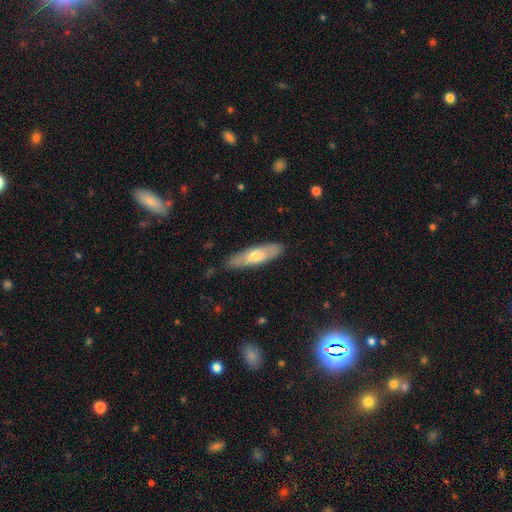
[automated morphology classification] A smooth galaxy with no disk features (54%) that is cigar-shaped (65%). Merging: none (84%).